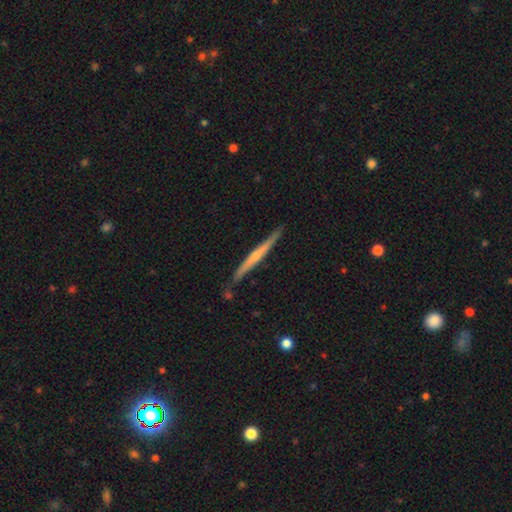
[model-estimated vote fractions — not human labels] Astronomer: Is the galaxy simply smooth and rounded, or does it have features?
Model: featured or disk — 74%.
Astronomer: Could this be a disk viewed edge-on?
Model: yes — 97%.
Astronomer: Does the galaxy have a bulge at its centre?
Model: rounded — 65%.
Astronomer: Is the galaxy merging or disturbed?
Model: none — 88%.